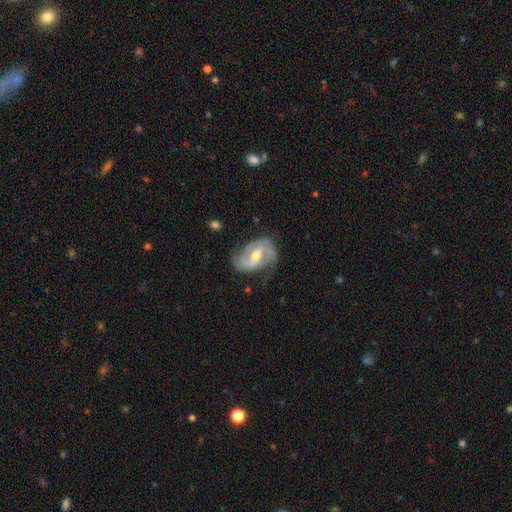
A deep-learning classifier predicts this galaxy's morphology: featured or disk 85%, smooth 9%, star or artifact 5%. Down the decision tree: edge-on disk — no (97%); bar — weak (49%); spiral arms — yes (95%); spiral arm count — 2 (71%); spiral winding — medium (46%); bulge size — moderate (61%); merging — none (63%).